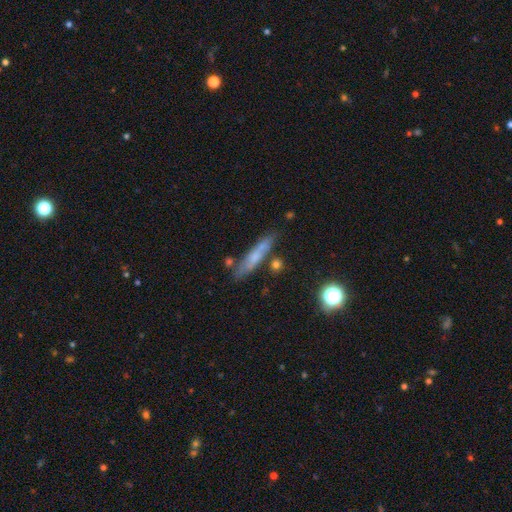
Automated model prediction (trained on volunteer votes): A smooth galaxy with no disk features (54%) that is cigar-shaped (85%). Merging: none (73%).